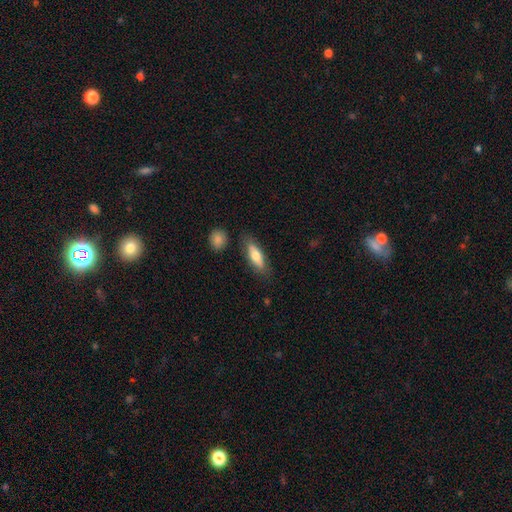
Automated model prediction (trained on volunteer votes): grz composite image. It shows a smooth galaxy with no disk features (69%) that is in between round and cigar-shaped (58%). Merging: none (78%).